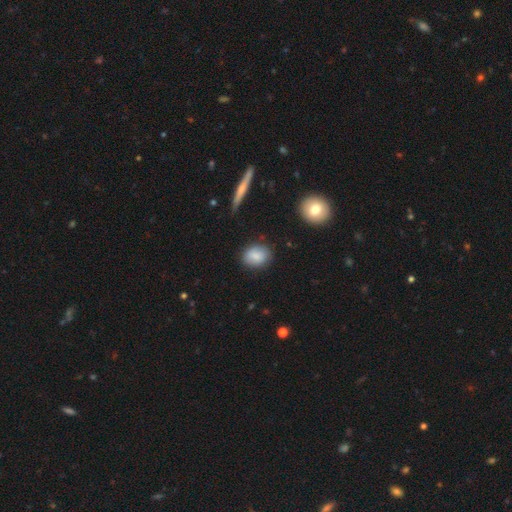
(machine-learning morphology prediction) Q: Smooth or featured?
A: smooth (83%); runner-up: featured or disk (9%)
Q: How rounded?
A: in between (62%); runner-up: round (36%)
Q: Merging?
A: none (82%); runner-up: minor disturbance (13%)